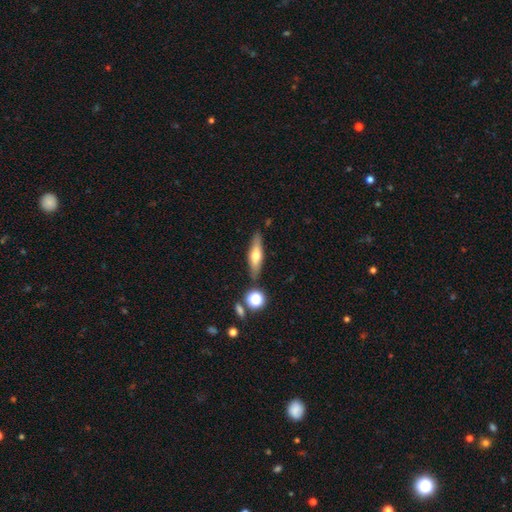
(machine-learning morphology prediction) smooth_or_featured: smooth (p=0.50) [alt: featured or disk p=0.43]
merging: none (p=0.82) [alt: minor disturbance p=0.10]